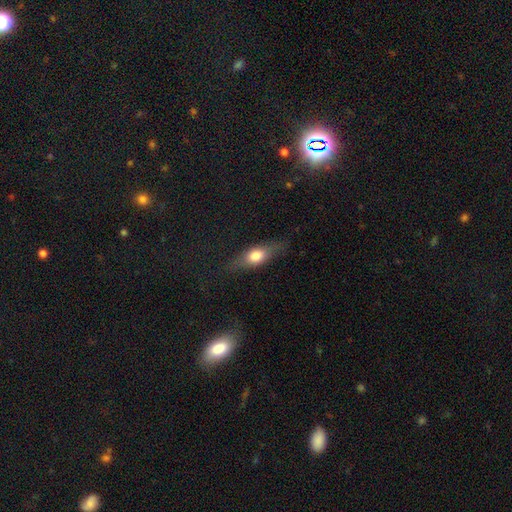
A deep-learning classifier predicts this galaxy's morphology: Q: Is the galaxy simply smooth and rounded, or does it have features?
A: smooth — 62%.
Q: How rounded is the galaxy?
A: in between — 63%.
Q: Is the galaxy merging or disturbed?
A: none — 75%.